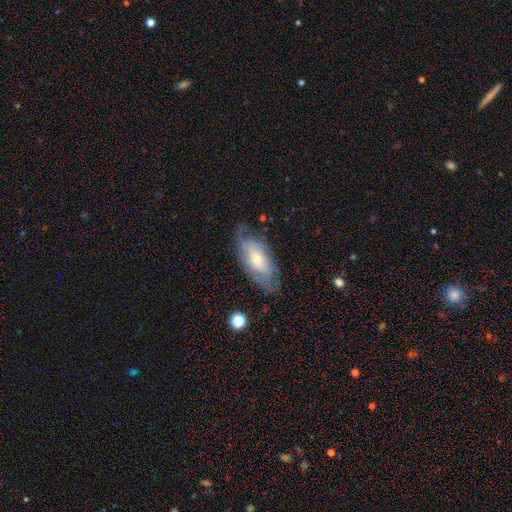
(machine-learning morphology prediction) Q: Smooth or featured?
A: featured or disk (59%); runner-up: smooth (30%)
Q: Edge-on disk?
A: no (82%); runner-up: yes (18%)
Q: Merging?
A: none (70%); runner-up: minor disturbance (21%)